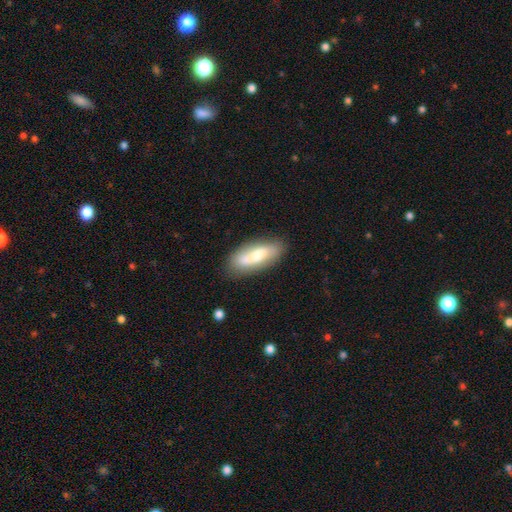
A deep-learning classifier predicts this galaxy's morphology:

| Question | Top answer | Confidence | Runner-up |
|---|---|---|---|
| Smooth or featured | smooth | 62% | featured or disk (31%) |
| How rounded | in between | 67% | cigar-shaped (30%) |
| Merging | none | 75% | minor disturbance (15%) |